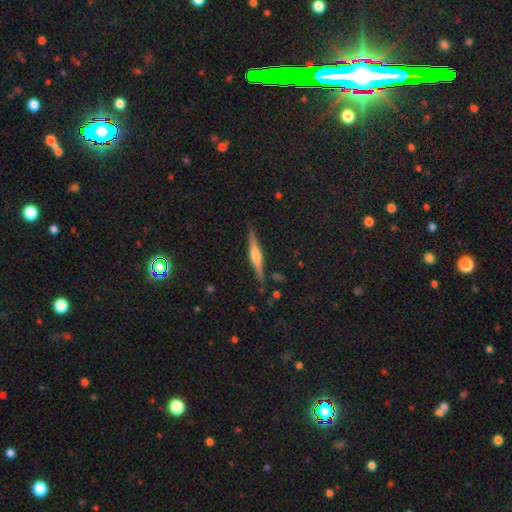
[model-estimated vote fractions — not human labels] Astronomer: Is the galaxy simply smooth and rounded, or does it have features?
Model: featured or disk — 70%.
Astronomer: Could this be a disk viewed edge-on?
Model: yes — 97%.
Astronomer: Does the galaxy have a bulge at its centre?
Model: rounded — 77%.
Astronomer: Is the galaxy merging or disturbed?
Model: none — 89%.